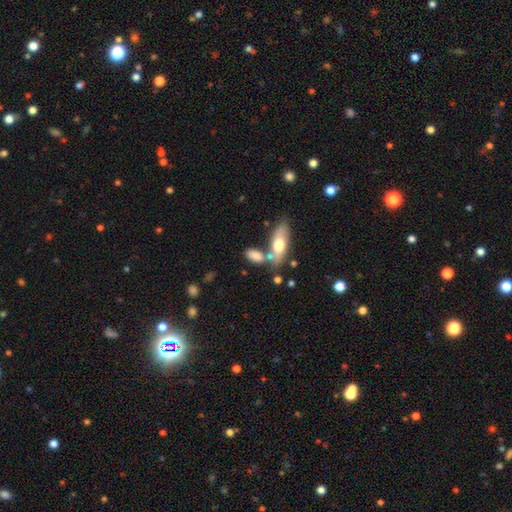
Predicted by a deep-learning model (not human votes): The model was most divided on "merging": none: 46%, merger: 35%, minor disturbance: 13%, major disturbance: 5%. More confident: how rounded — in between (80%); smooth or featured — smooth (76%).